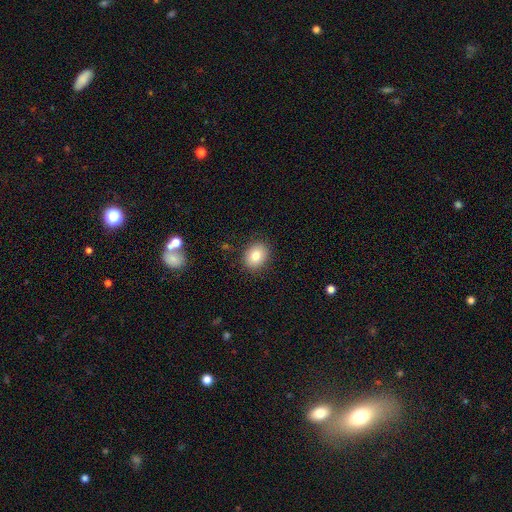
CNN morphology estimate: smooth_or_featured: smooth (p=0.81) [alt: featured or disk p=0.10]
how_rounded: in between (p=0.52) [alt: round p=0.48]
merging: none (p=0.88) [alt: minor disturbance p=0.09]